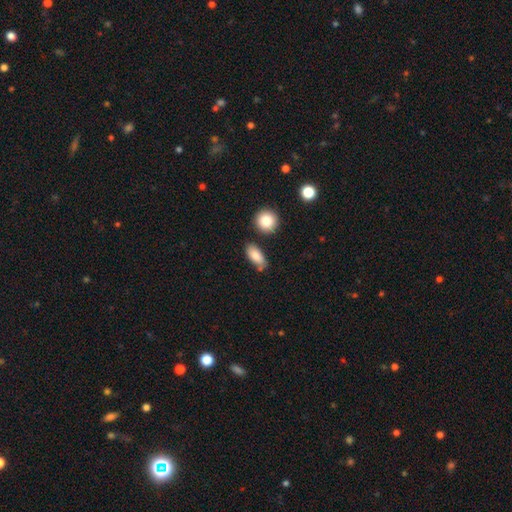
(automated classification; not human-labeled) Q: Smooth or featured?
A: smooth (84%); runner-up: featured or disk (9%)
Q: How rounded?
A: in between (85%); runner-up: cigar-shaped (10%)
Q: Merging?
A: none (72%); runner-up: minor disturbance (16%)